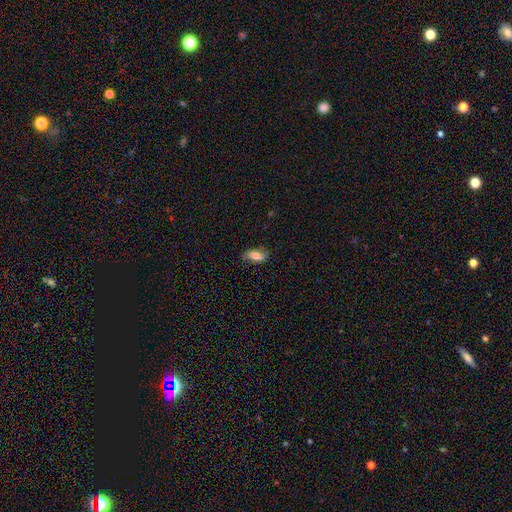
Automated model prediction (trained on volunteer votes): smooth_or_featured: smooth (p=0.68) [alt: featured or disk p=0.24]
how_rounded: in between (p=0.85) [alt: cigar-shaped p=0.11]
merging: none (p=0.69) [alt: minor disturbance p=0.23]